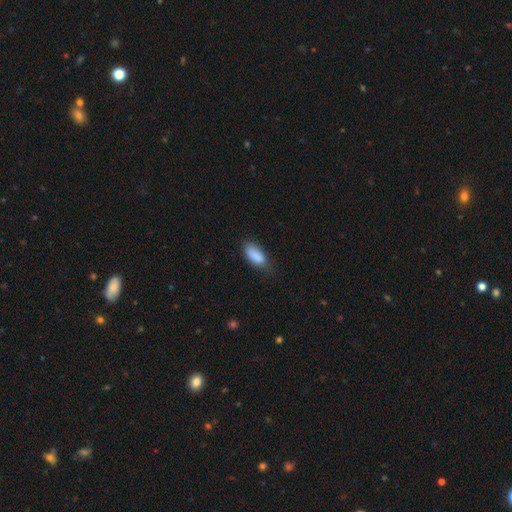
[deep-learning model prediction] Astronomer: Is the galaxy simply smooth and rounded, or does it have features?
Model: smooth — 88%.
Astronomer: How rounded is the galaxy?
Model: in between — 87%.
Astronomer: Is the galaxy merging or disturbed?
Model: none — 64%.